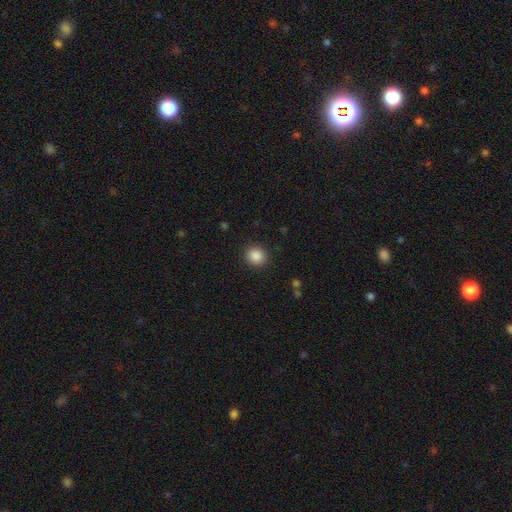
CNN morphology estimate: This appears to be a smooth galaxy with no disk features (87%) that is round (85%). Merging: none (90%).